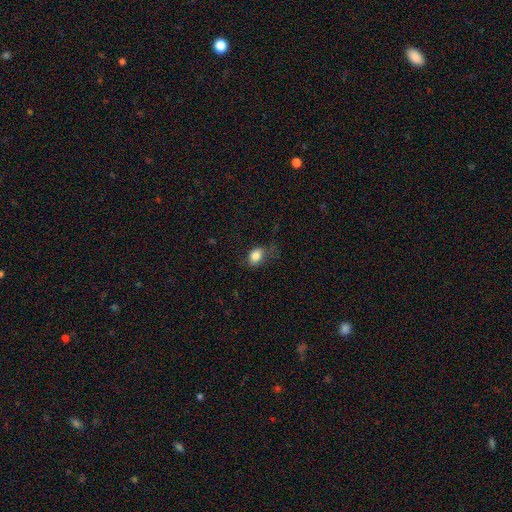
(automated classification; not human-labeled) This is clearly a smooth galaxy (84%). How rounded: likely in between (70%). Merging: possibly none (55%).